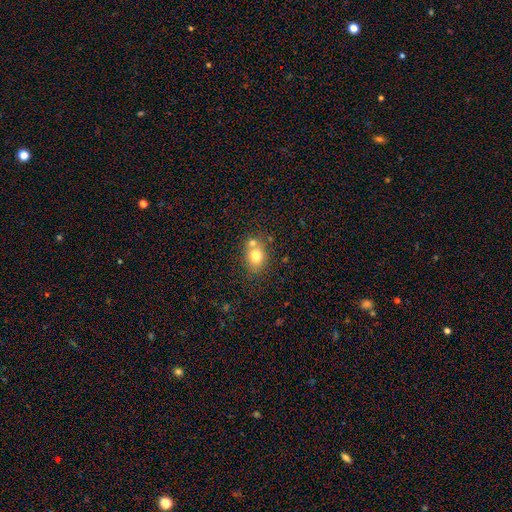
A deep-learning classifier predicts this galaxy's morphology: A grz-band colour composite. It shows a smooth galaxy with no disk features (75%) that is round (50%). Merging: none (55%).